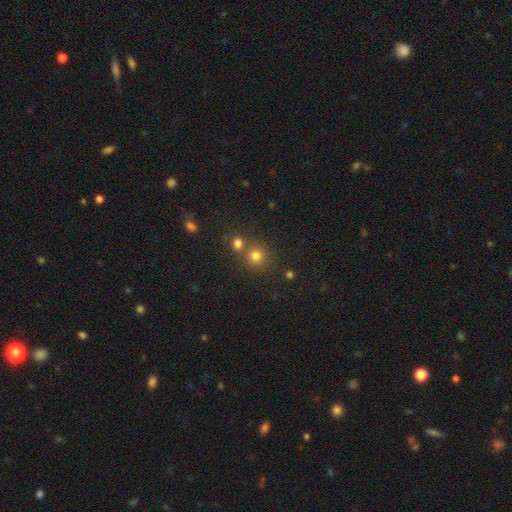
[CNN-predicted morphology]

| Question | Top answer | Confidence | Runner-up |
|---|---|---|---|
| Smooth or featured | smooth | 76% | star or artifact (17%) |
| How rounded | round | 89% | in between (10%) |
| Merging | none | 62% | merger (28%) |